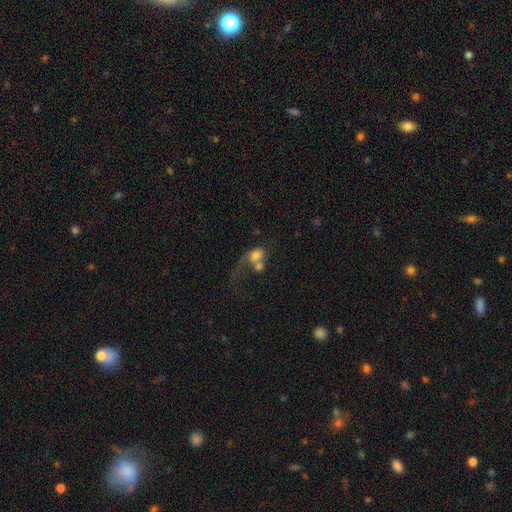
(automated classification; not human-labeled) Q: Smooth or featured?
A: smooth (63%); runner-up: featured or disk (27%)
Q: How rounded?
A: in between (52%); runner-up: round (46%)
Q: Merging?
A: merger (61%); runner-up: major disturbance (20%)